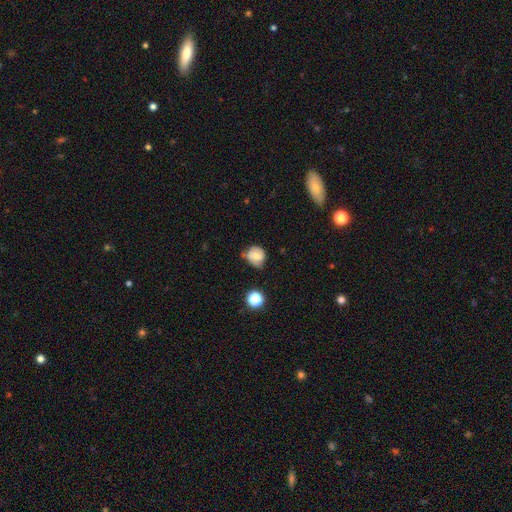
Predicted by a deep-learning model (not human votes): Smooth or featured? smooth (54%)
How rounded? round (76%)
Merging? none (54%)